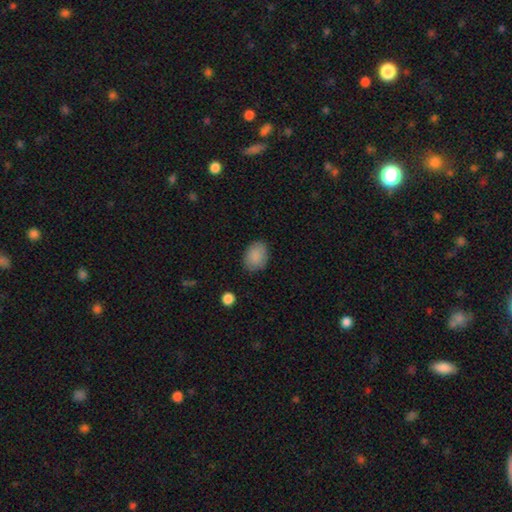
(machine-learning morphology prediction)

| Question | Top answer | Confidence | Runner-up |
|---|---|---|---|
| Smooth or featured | smooth | 88% | star or artifact (7%) |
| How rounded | in between | 71% | round (28%) |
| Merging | none | 82% | minor disturbance (14%) |